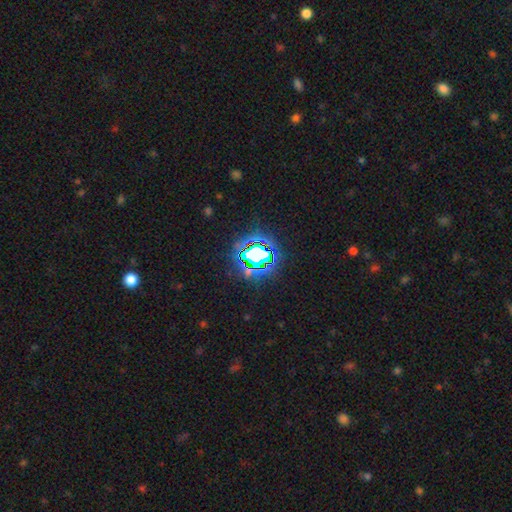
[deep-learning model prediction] A star or artifact, not a galaxy (72%).